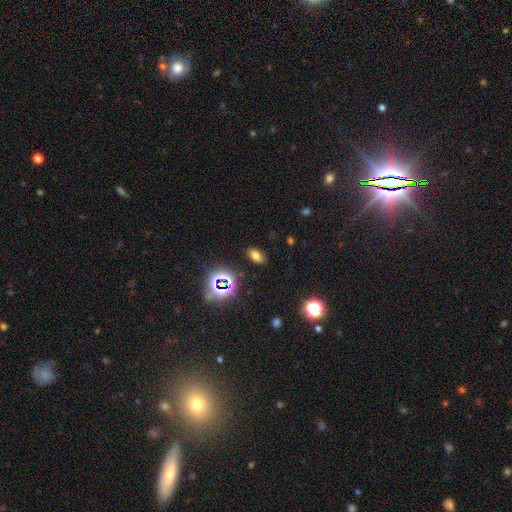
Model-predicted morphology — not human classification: Smooth or featured: smooth — 66% (star or artifact — 26%)
How rounded: in between — 87% (round — 8%)
Merging: none — 87% (minor disturbance — 9%)